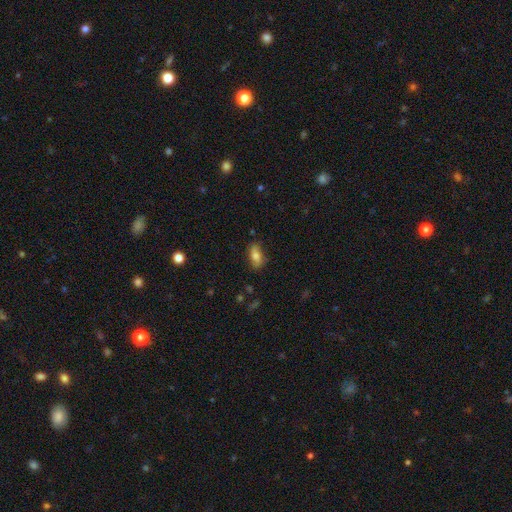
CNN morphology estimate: The model was most divided on "merging": none: 79%, minor disturbance: 16%, major disturbance: 3%, merger: 2%. More confident: how rounded — in between (86%); smooth or featured — smooth (78%).